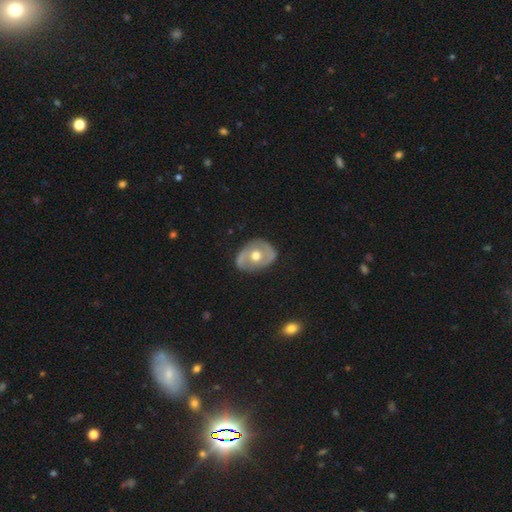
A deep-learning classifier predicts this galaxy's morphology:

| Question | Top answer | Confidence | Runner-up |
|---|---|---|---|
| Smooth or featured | featured or disk | 67% | smooth (28%) |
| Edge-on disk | no | 95% | yes (5%) |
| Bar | no | 74% | weak (19%) |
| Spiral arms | no | 50% | tied: yes (50%) |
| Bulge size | moderate | 80% | large (10%) |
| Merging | none | 74% | minor disturbance (19%) |